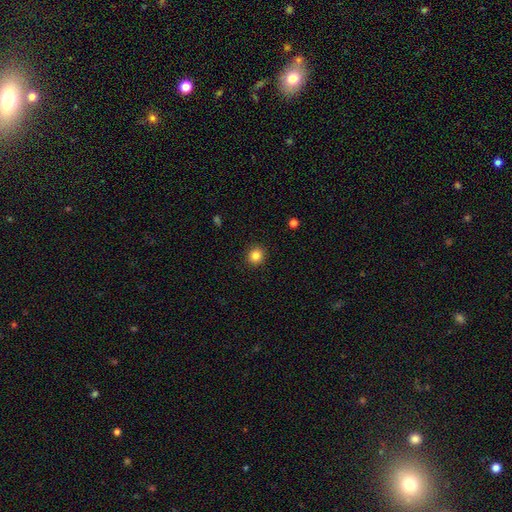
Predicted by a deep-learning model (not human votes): smooth-or-featured: smooth: 84% | star or artifact: 11% | featured or disk: 5%
  how-rounded: round: 89% | in between: 10% | cigar-shaped: 1%
  merging: none: 92% | minor disturbance: 5% | major disturbance: 2% | merger: 1%